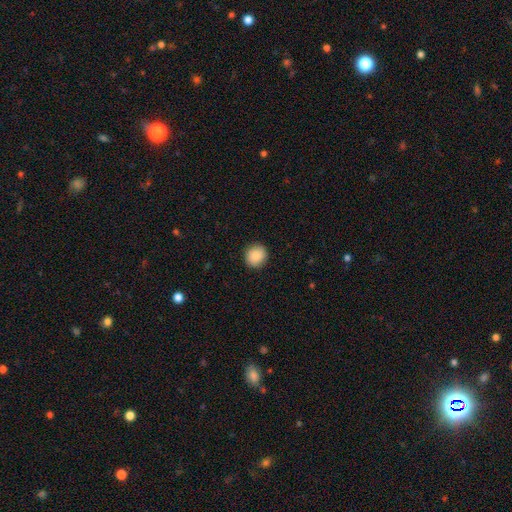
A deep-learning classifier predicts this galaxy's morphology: smooth_or_featured: smooth (p=0.89) [alt: star or artifact p=0.08]
how_rounded: round (p=0.87) [alt: in between p=0.12]
merging: none (p=0.90) [alt: minor disturbance p=0.07]